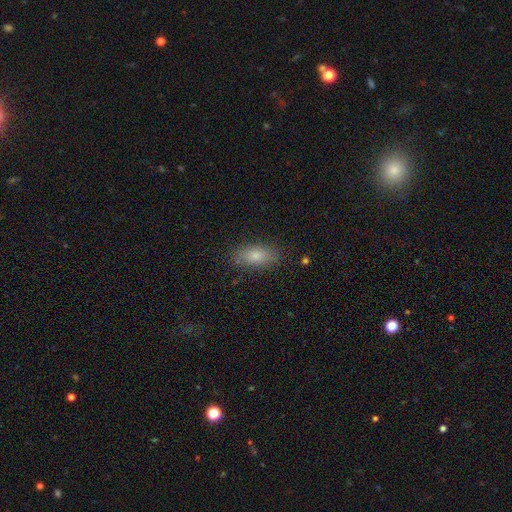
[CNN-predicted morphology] type=smooth (80%); roundness=in between (85%); merging=none (84%).